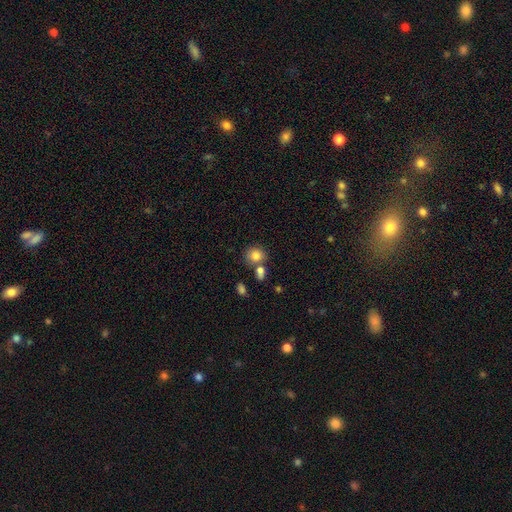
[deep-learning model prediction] Q: Smooth or featured?
A: smooth (83%); runner-up: star or artifact (10%)
Q: How rounded?
A: round (78%); runner-up: in between (21%)
Q: Merging?
A: none (62%); runner-up: merger (23%)